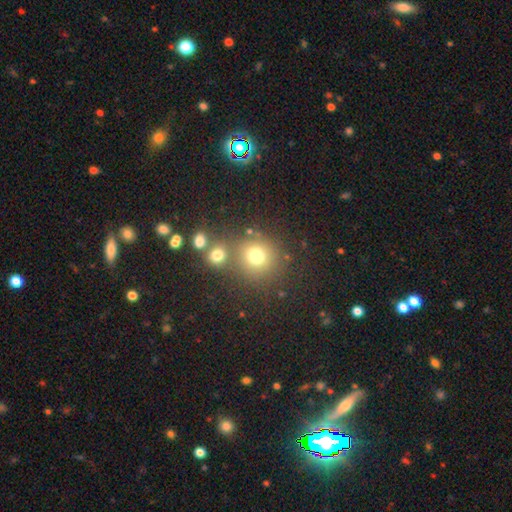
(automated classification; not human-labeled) Q: Smooth or featured?
A: smooth (73%); runner-up: star or artifact (17%)
Q: How rounded?
A: round (87%); runner-up: in between (12%)
Q: Merging?
A: none (61%); runner-up: merger (24%)